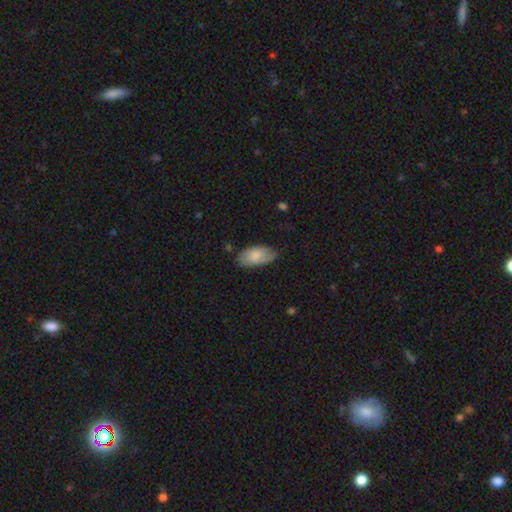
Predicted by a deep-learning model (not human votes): Q: Smooth or featured?
A: smooth (80%); runner-up: featured or disk (14%)
Q: How rounded?
A: in between (94%); runner-up: cigar-shaped (3%)
Q: Merging?
A: none (69%); runner-up: minor disturbance (25%)